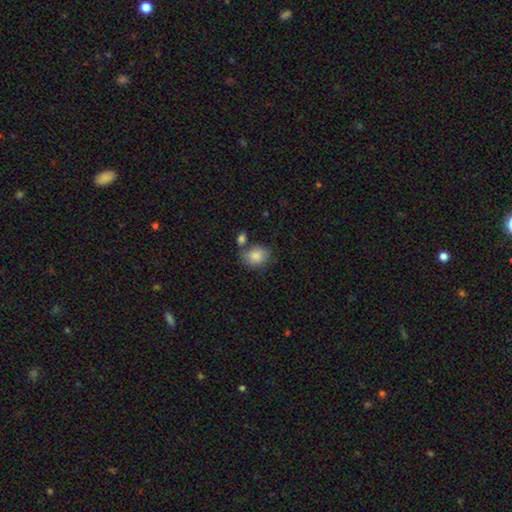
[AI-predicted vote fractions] The model was most divided on "how rounded": in between: 55%, round: 44%, cigar-shaped: 1%. More confident: smooth or featured — smooth (85%); merging — none (60%).